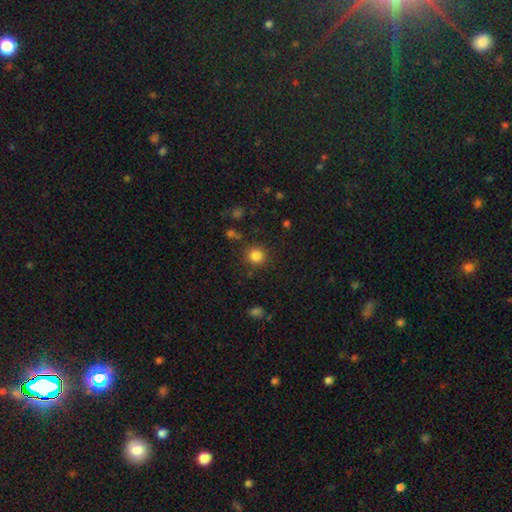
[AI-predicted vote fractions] A smooth galaxy with no disk features (83%) that is round (91%).

Vote fractions:
- Smooth or featured? smooth: 83% / star or artifact: 12% / featured or disk: 5%
- How rounded? round: 91% / in between: 8% / cigar-shaped: 1%
- Merging? none: 85% / minor disturbance: 8% / major disturbance: 4% / merger: 3%